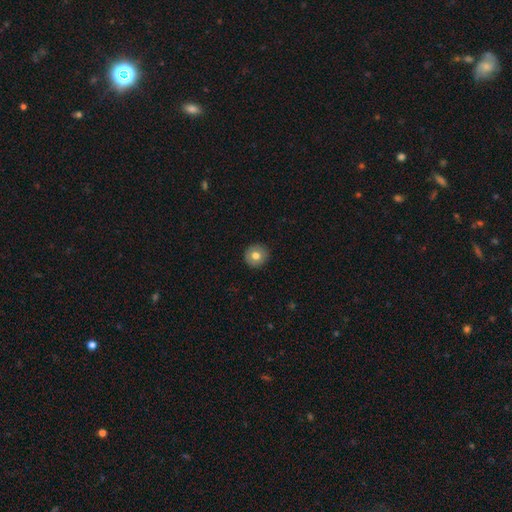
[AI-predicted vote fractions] A smooth galaxy with no disk features (76%) that is round (94%).

Vote fractions:
- Smooth or featured? smooth: 76% / featured or disk: 16% / star or artifact: 9%
- How rounded? round: 94% / in between: 5% / cigar-shaped: 1%
- Merging? none: 92% / minor disturbance: 6% / major disturbance: 2% / merger: 1%